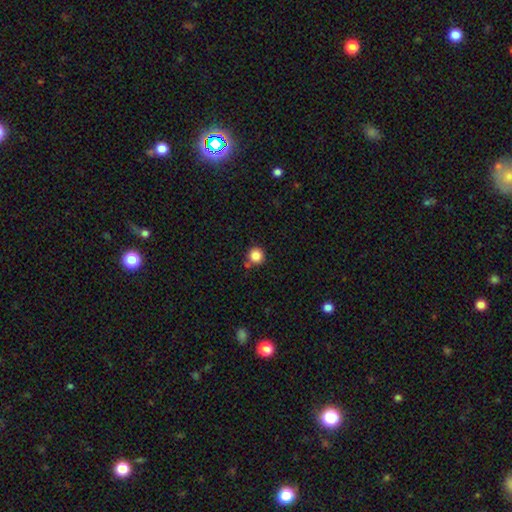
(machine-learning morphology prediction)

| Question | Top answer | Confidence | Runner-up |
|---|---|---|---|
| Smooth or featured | smooth | 85% | star or artifact (11%) |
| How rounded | round | 95% | in between (4%) |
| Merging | none | 81% | minor disturbance (9%) |